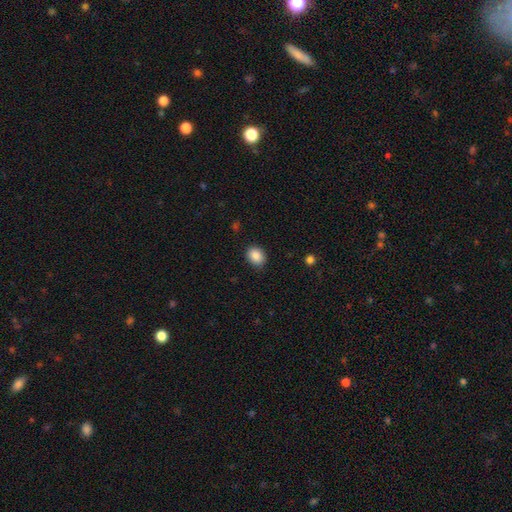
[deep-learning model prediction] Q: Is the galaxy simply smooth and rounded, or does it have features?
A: smooth — 88%.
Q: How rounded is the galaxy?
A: in between — 56%.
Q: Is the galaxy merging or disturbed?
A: none — 86%.